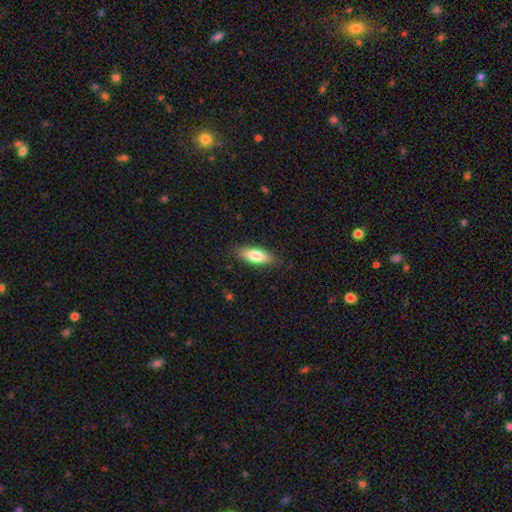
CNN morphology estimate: A smooth galaxy with no disk features (77%) that is in between round and cigar-shaped (68%). Merging: none (86%).